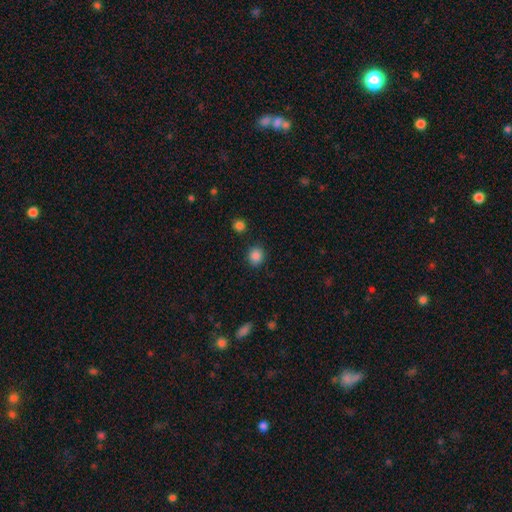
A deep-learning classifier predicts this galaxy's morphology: Q: Smooth or featured?
A: smooth (86%); runner-up: star or artifact (10%)
Q: How rounded?
A: round (82%); runner-up: in between (17%)
Q: Merging?
A: none (88%); runner-up: minor disturbance (7%)